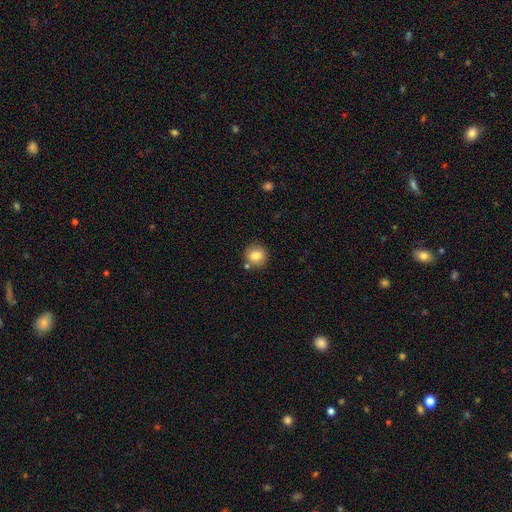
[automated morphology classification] Smooth or featured? smooth (83%)
How rounded? round (92%)
Merging? none (81%)